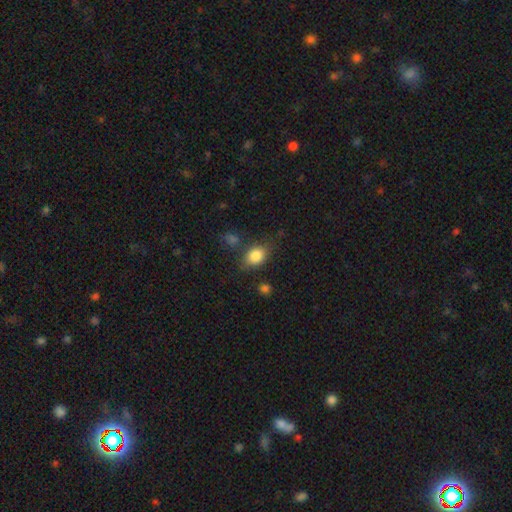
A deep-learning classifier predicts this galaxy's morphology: smooth_or_featured: smooth (p=0.83) [alt: star or artifact p=0.09]
how_rounded: in between (p=0.72) [alt: round p=0.26]
merging: none (p=0.72) [alt: minor disturbance p=0.18]